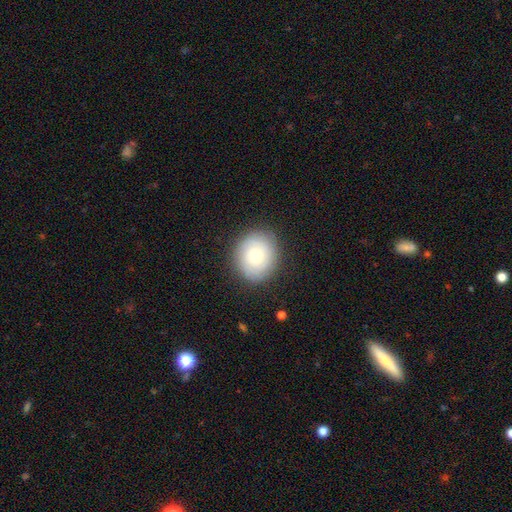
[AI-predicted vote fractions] Smooth or featured?
  - smooth: 67% *
  - featured or disk: 24%
  - star or artifact: 10%
How rounded?
  - round: 77% *
  - in between: 22%
  - cigar-shaped: 1%
Merging?
  - none: 86% *
  - minor disturbance: 10%
  - major disturbance: 3%
  - merger: 1%